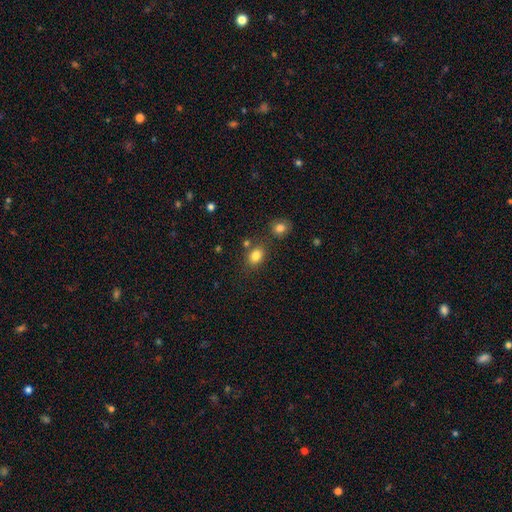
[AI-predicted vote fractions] A smooth galaxy with no disk features (83%) that is in between round and cigar-shaped (63%).

Vote fractions:
- Smooth or featured? smooth: 83% / star or artifact: 11% / featured or disk: 7%
- How rounded? in between: 63% / round: 36% / cigar-shaped: 1%
- Merging? none: 73% / minor disturbance: 13% / merger: 11% / major disturbance: 4%